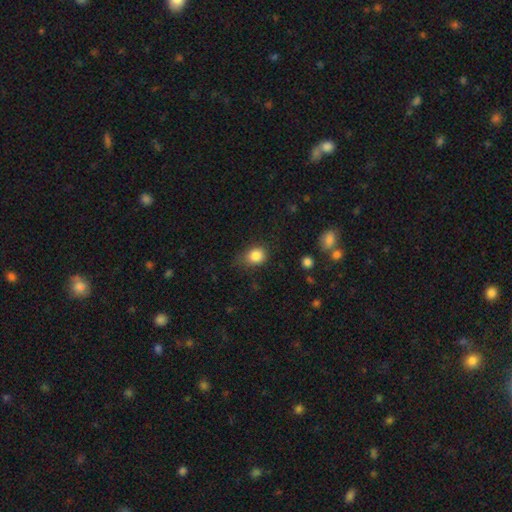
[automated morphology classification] Overall: smooth (84%). How rounded: round (62%; in between 37%). Merging: none (64%; minor disturbance 27%).